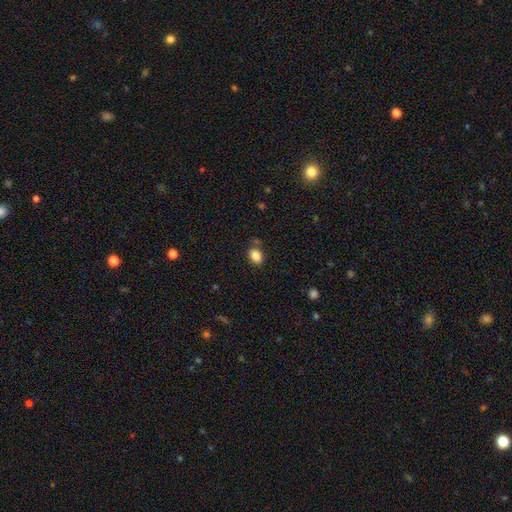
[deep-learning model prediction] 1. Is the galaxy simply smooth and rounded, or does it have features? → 85% smooth, 9% star or artifact, 5% featured or disk.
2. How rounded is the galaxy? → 71% in between, 28% round, 1% cigar-shaped.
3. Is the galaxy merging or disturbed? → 75% none, 15% minor disturbance, 6% merger, 4% major disturbance.